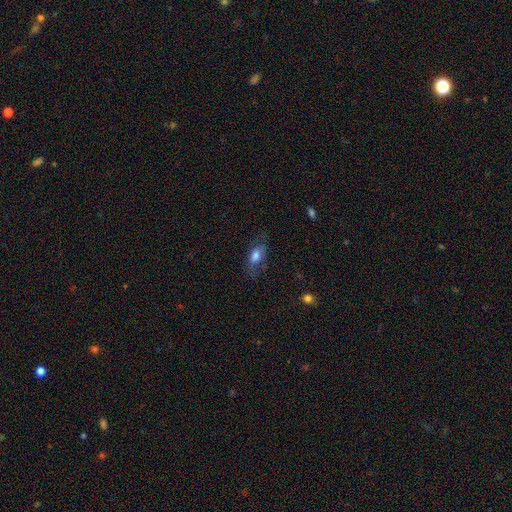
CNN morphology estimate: Overall: smooth (64%; featured or disk 27%). How rounded: in between (84%). Merging: none (62%).